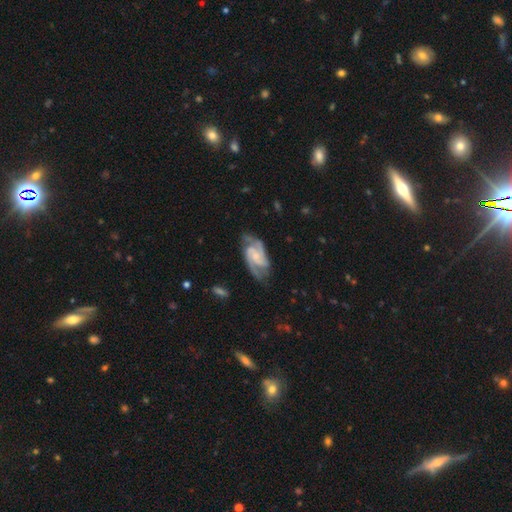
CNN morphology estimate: A featured or disk galaxy (89%) with a weak bar (45%), 2 (69%) medium (53%) spiral arms (98%) and a small central bulge (53%). Merging: none (71%).